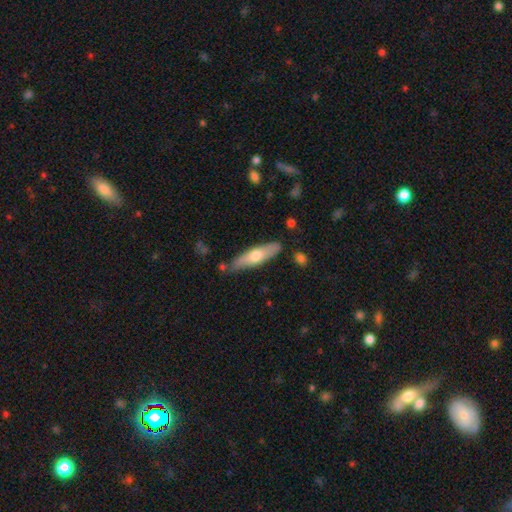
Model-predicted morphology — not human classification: type=smooth (55%); roundness=cigar-shaped (70%); merging=none (79%).